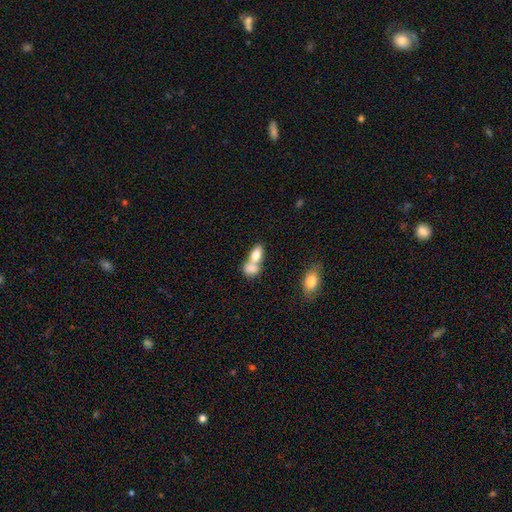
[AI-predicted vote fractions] Smooth or featured: smooth — 77% (featured or disk — 15%)
How rounded: in between — 85% (round — 10%)
Merging: merger — 68% (none — 21%)